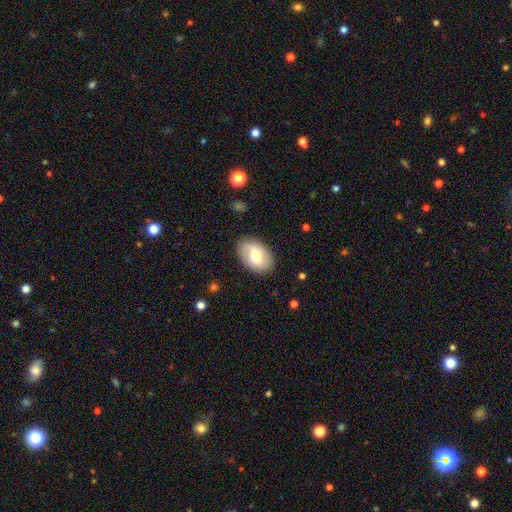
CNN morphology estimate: This appears to be a smooth galaxy with no disk features (52%) that is in between round and cigar-shaped (83%). Merging: none (85%).